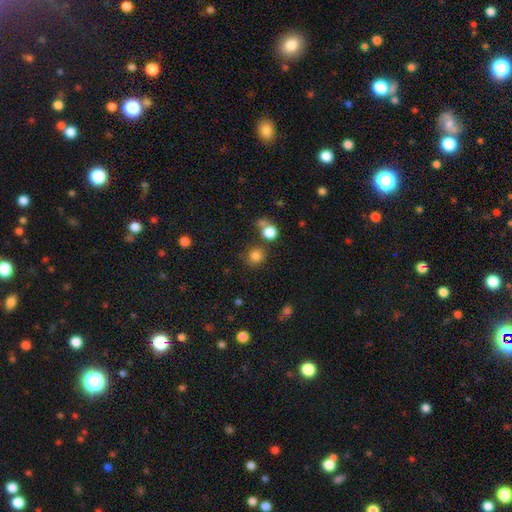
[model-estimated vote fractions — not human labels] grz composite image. It shows a smooth galaxy with no disk features (80%) that is round (85%). Merging: none (67%).